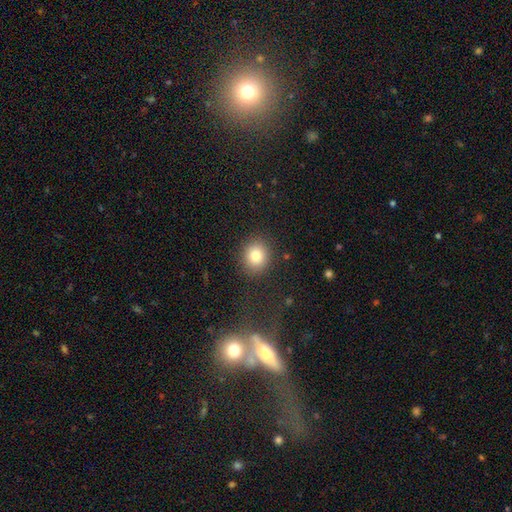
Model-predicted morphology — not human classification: Smooth or featured?
  - smooth: 81% *
  - star or artifact: 11%
  - featured or disk: 8%
How rounded?
  - round: 78% *
  - in between: 21%
  - cigar-shaped: 1%
Merging?
  - none: 88% *
  - minor disturbance: 8%
  - major disturbance: 3%
  - merger: 2%